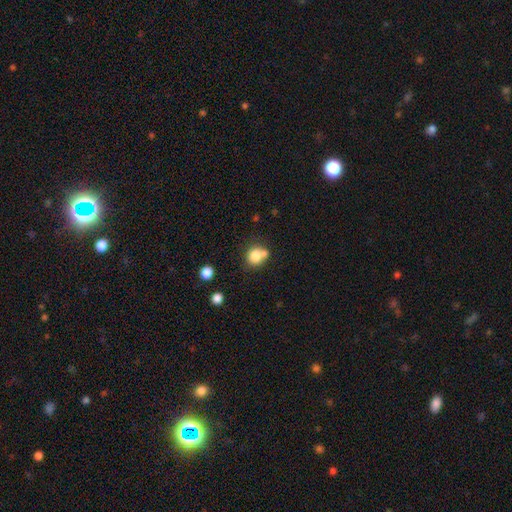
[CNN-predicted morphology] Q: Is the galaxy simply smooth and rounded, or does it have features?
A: smooth — 80%.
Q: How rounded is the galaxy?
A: round — 81%.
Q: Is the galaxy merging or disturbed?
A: none — 53%.